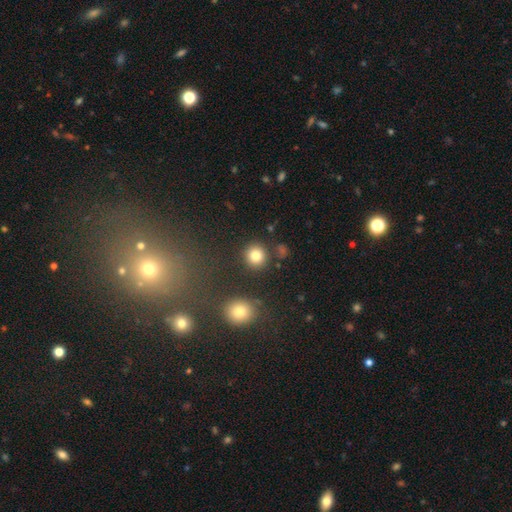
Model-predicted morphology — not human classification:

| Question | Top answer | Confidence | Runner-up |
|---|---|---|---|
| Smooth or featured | smooth | 83% | star or artifact (11%) |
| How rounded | round | 91% | in between (8%) |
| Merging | none | 87% | minor disturbance (6%) |